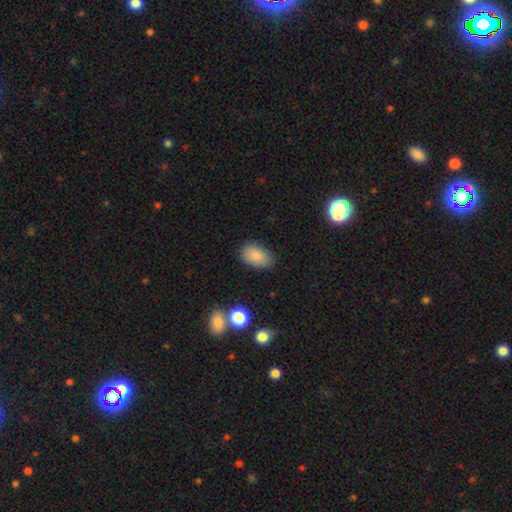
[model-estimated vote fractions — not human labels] smooth-or-featured: smooth: 85% | star or artifact: 8% | featured or disk: 7%
  how-rounded: in between: 91% | round: 8% | cigar-shaped: 1%
  merging: none: 78% | minor disturbance: 16% | major disturbance: 4% | merger: 2%